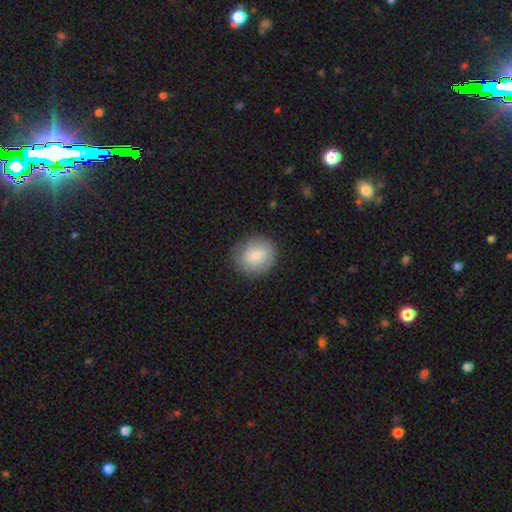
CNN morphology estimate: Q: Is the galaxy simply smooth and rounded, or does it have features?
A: smooth — 73%.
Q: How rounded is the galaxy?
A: round — 87%.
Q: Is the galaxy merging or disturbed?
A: none — 83%.